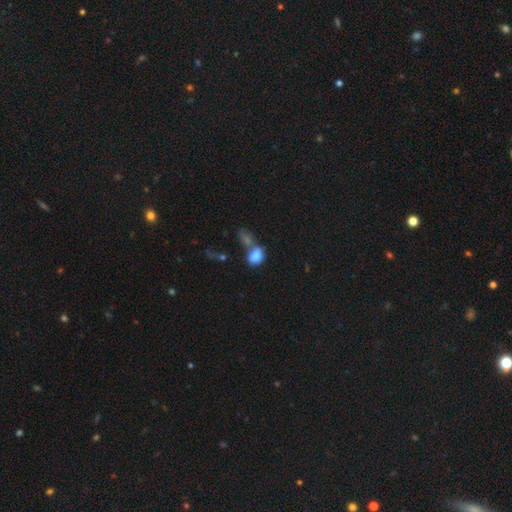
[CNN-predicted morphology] This appears to be a smooth galaxy with no disk features (80%) that is in between round and cigar-shaped (69%). Merging: merger (44%).